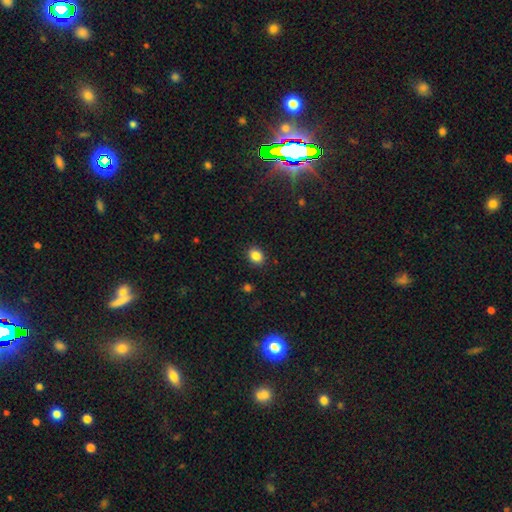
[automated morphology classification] Q: Smooth or featured?
A: smooth (85%); runner-up: star or artifact (10%)
Q: How rounded?
A: round (52%); runner-up: in between (47%)
Q: Merging?
A: none (90%); runner-up: minor disturbance (7%)